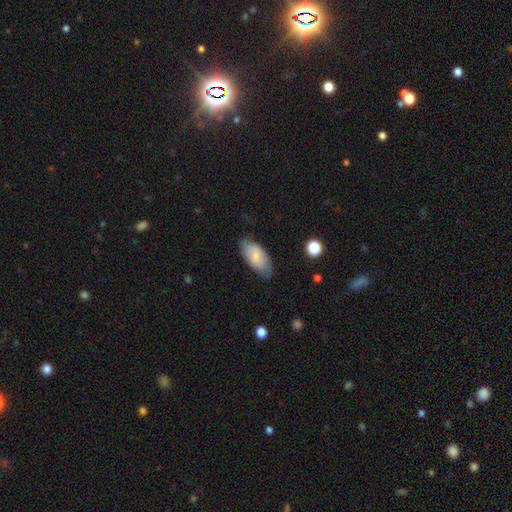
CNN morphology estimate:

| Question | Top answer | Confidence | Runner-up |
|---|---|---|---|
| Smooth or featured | smooth | 68% | featured or disk (26%) |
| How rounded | in between | 93% | cigar-shaped (4%) |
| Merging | none | 70% | minor disturbance (24%) |